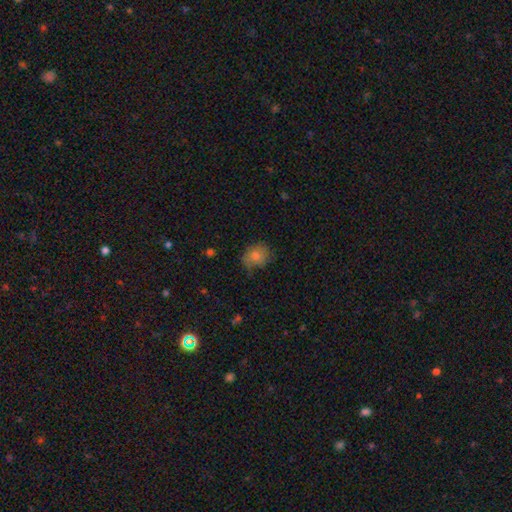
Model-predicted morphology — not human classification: A smooth galaxy with no disk features (67%) that is round (67%). Merging: none (65%).